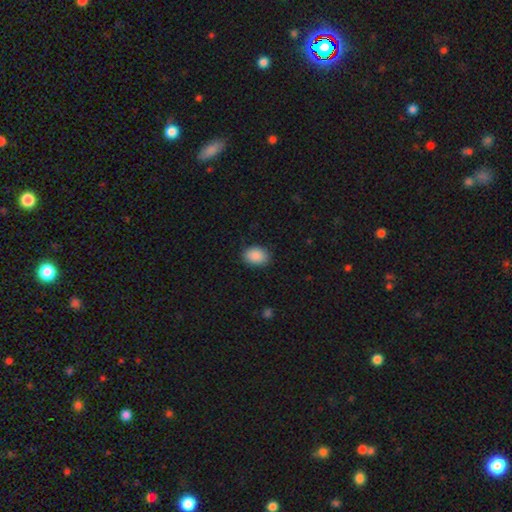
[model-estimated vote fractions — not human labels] Smooth or featured? Predicted: smooth (p=0.90). How rounded? Predicted: in between (p=0.73). Merging? Predicted: none (p=0.87).